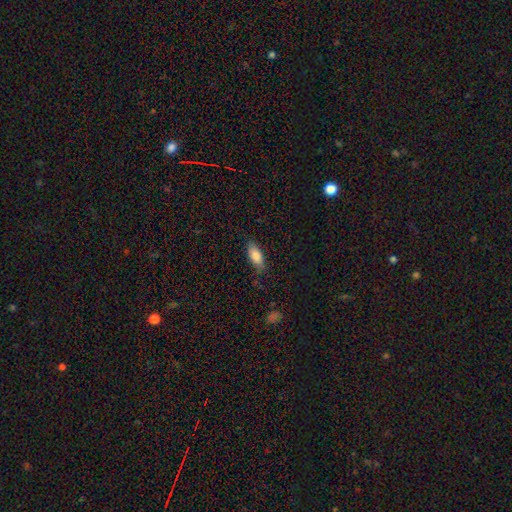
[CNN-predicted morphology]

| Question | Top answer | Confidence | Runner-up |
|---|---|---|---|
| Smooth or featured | smooth | 84% | featured or disk (9%) |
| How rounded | in between | 84% | cigar-shaped (14%) |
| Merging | none | 78% | minor disturbance (17%) |